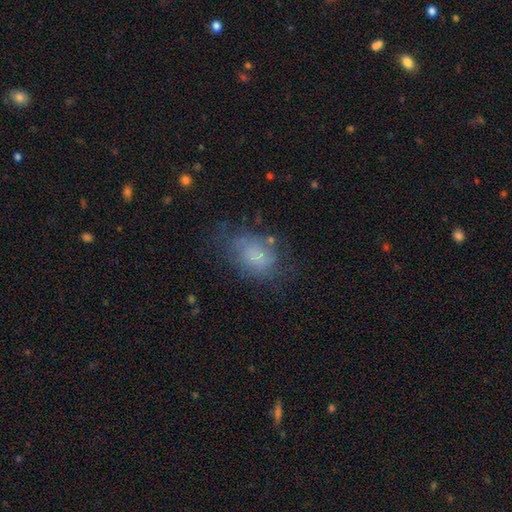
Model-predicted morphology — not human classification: Overall: smooth (67%). How rounded: in between (81%). Merging: none (54%; minor disturbance 25%).